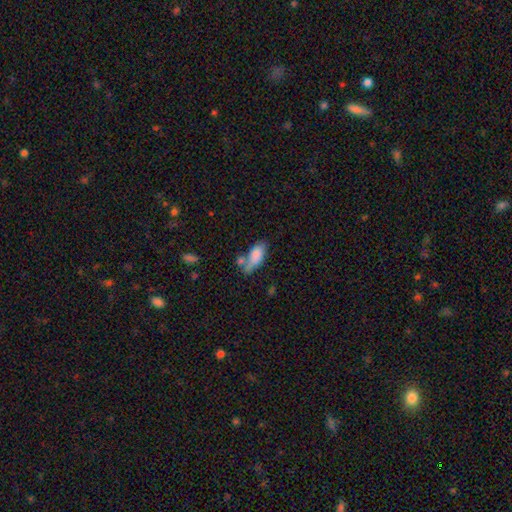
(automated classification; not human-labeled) Q: Smooth or featured?
A: smooth (78%); runner-up: featured or disk (14%)
Q: How rounded?
A: in between (79%); runner-up: cigar-shaped (18%)
Q: Merging?
A: none (42%); runner-up: merger (26%)